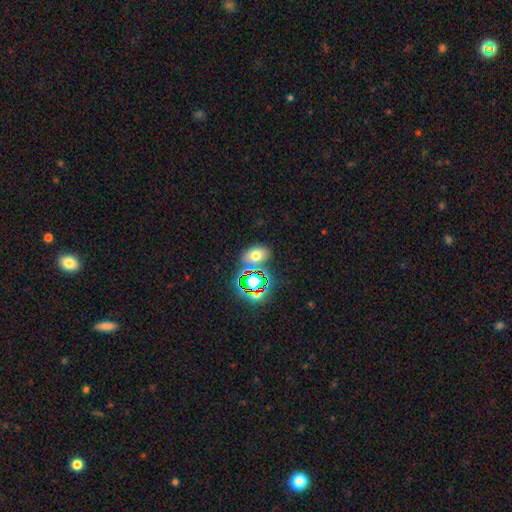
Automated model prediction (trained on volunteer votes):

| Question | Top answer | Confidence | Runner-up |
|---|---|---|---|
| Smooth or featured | smooth | 60% | star or artifact (28%) |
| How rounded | in between | 76% | round (23%) |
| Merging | none | 70% | minor disturbance (13%) |